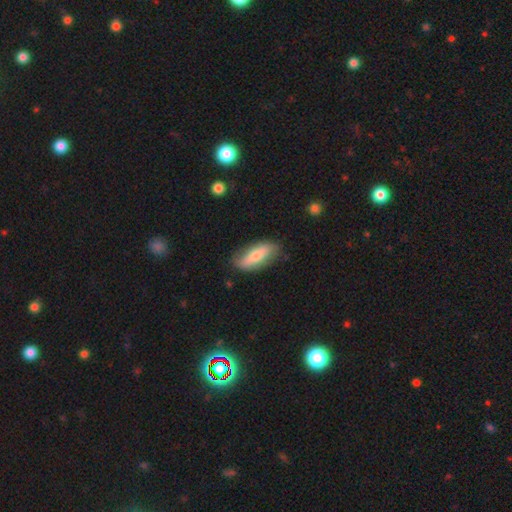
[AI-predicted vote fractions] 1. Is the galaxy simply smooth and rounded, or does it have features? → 56% smooth, 37% featured or disk, 6% star or artifact.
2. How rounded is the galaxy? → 74% in between, 23% cigar-shaped, 3% round.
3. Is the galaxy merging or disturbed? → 75% none, 19% minor disturbance, 4% major disturbance, 2% merger.